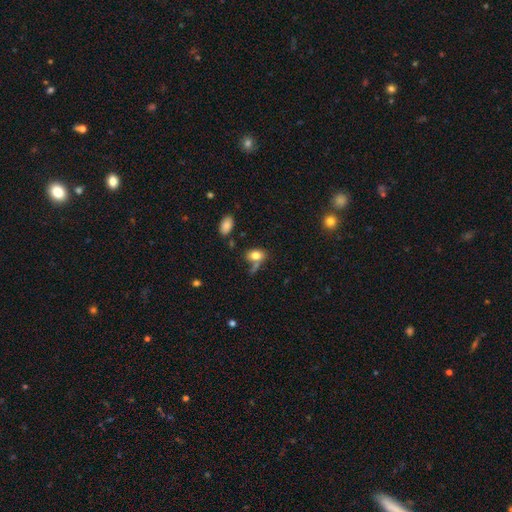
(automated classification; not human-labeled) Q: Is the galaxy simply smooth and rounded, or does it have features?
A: smooth — 80%.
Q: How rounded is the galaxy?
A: in between — 84%.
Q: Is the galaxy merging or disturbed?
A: none — 53%.